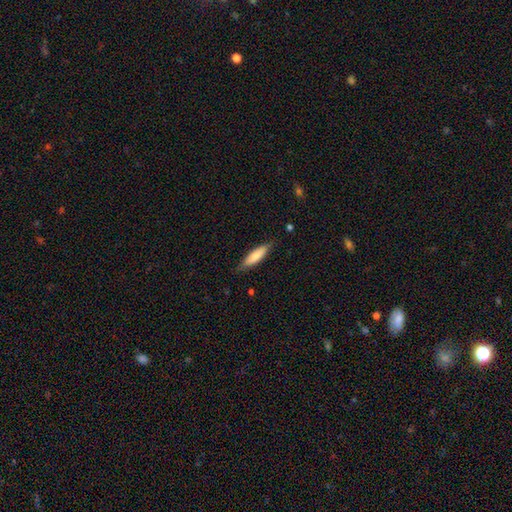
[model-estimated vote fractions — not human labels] Smooth or featured: smooth — 75% (featured or disk — 20%)
How rounded: cigar-shaped — 65% (in between — 33%)
Merging: none — 82% (minor disturbance — 15%)